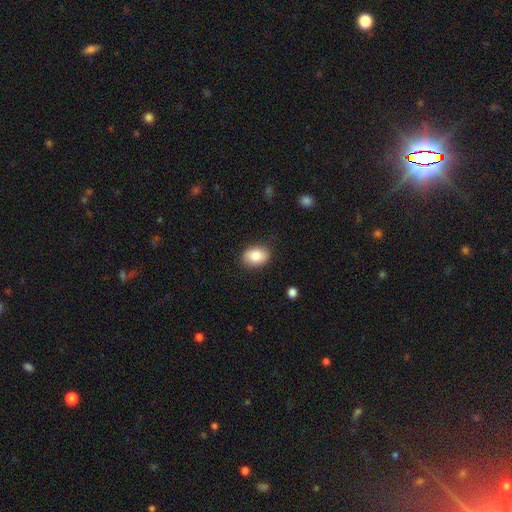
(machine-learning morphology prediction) Q: Smooth or featured?
A: smooth (84%); runner-up: featured or disk (9%)
Q: How rounded?
A: in between (78%); runner-up: round (21%)
Q: Merging?
A: none (86%); runner-up: minor disturbance (10%)